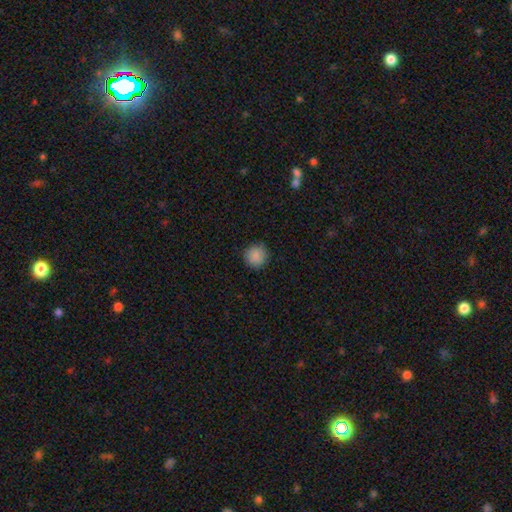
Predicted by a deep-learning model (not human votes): smooth_or_featured: smooth (p=0.88) [alt: star or artifact p=0.09]
how_rounded: round (p=0.94) [alt: in between p=0.05]
merging: none (p=0.90) [alt: minor disturbance p=0.07]